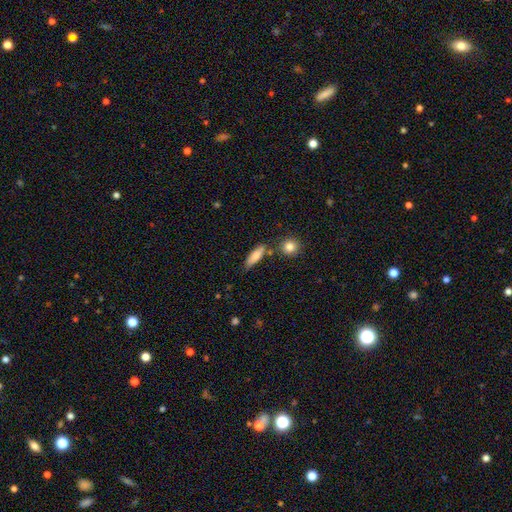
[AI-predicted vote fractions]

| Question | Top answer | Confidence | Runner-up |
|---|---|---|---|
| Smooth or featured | smooth | 80% | featured or disk (14%) |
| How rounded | cigar-shaped | 50% | in between (47%) |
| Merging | none | 72% | minor disturbance (16%) |